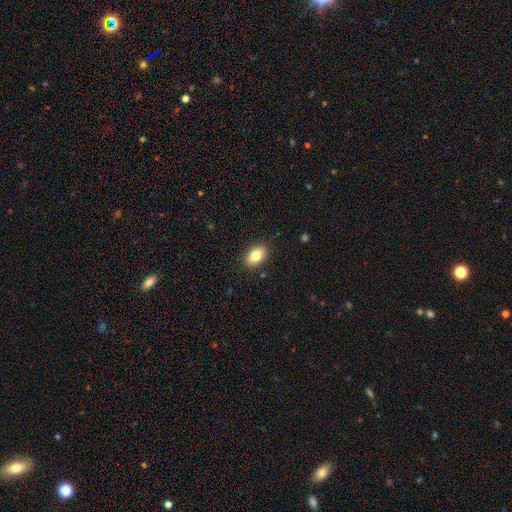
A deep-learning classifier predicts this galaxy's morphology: Overall: smooth (83%). How rounded: in between (88%). Merging: none (87%).